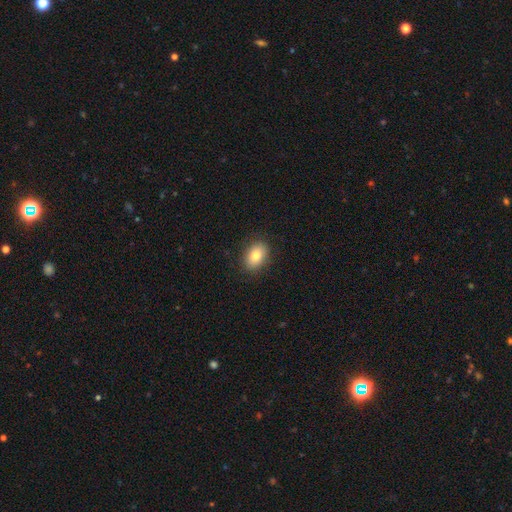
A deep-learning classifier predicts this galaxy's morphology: Q: Smooth or featured?
A: smooth (80%); runner-up: featured or disk (11%)
Q: How rounded?
A: in between (80%); runner-up: round (18%)
Q: Merging?
A: none (88%); runner-up: minor disturbance (9%)